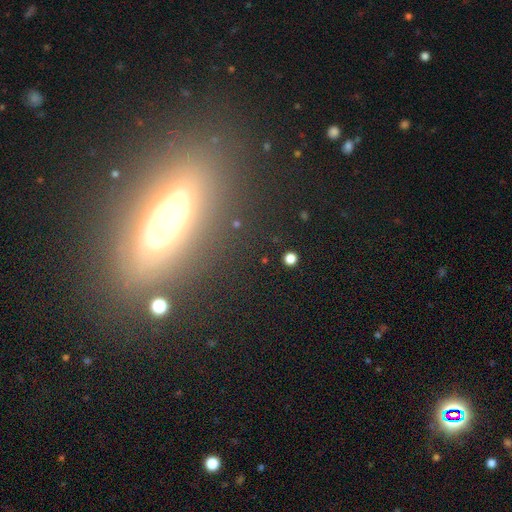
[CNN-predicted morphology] featured or disk 43% (tied), smooth 43% (tied), star or artifact 14%. Down the decision tree: merging — none (83%).